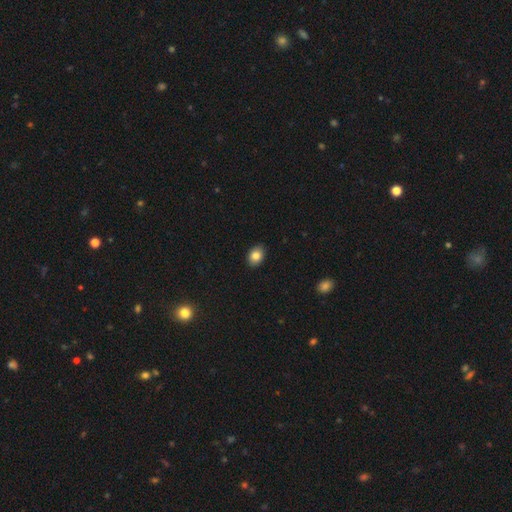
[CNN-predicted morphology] The model was most divided on "how rounded": in between: 71%, round: 28%, cigar-shaped: 1%. More confident: merging — none (90%); smooth or featured — smooth (85%).